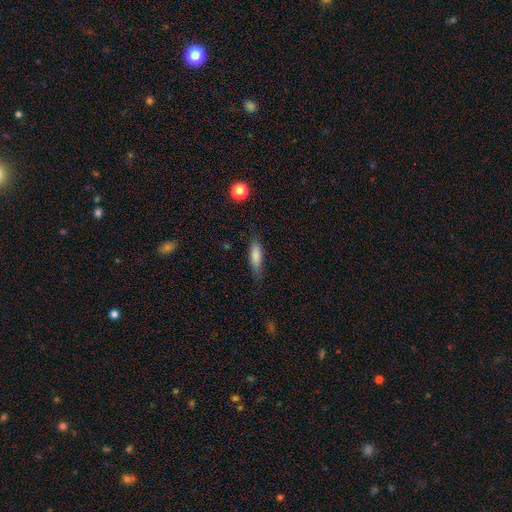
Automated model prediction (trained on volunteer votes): Morphology: type=smooth (82%); roundness=in between (49%, tied with cigar-shaped); merging=none (72%).